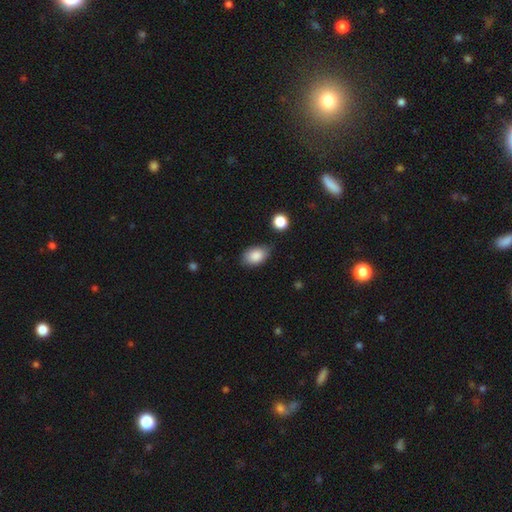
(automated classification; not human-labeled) A smooth galaxy with no disk features (87%) that is in between round and cigar-shaped (87%). Merging: none (68%).